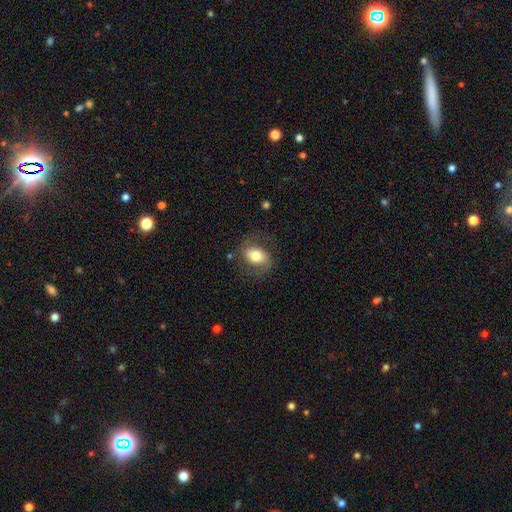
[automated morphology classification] A smooth galaxy with no disk features (60%) that is in between round and cigar-shaped (75%). Merging: none (70%).